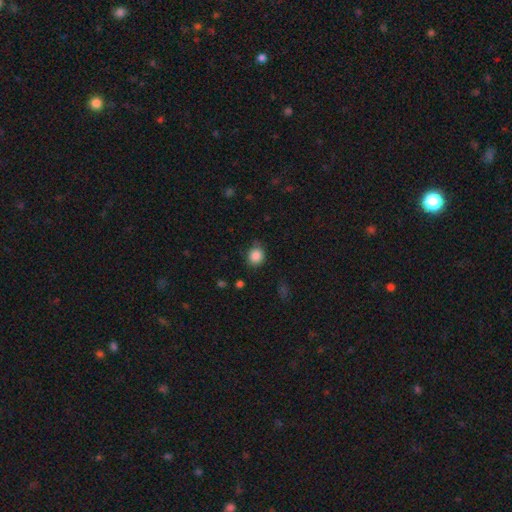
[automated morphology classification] smooth-or-featured: smooth: 87% | star or artifact: 10% | featured or disk: 4%
  how-rounded: round: 75% | in between: 24% | cigar-shaped: 1%
  merging: none: 77% | minor disturbance: 18% | major disturbance: 4% | merger: 2%